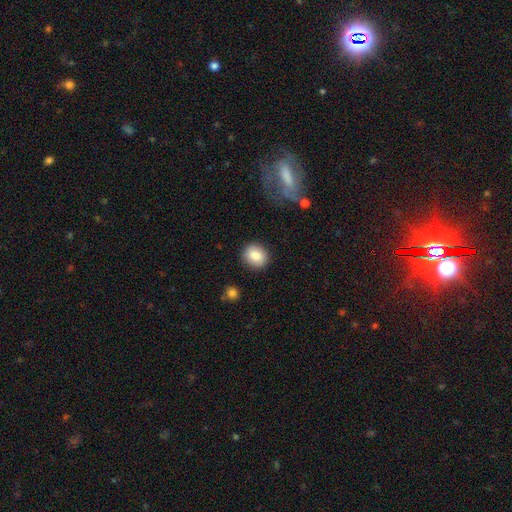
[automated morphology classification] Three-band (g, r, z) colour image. It shows a smooth galaxy with no disk features (84%) that is round (76%). Merging: none (88%).